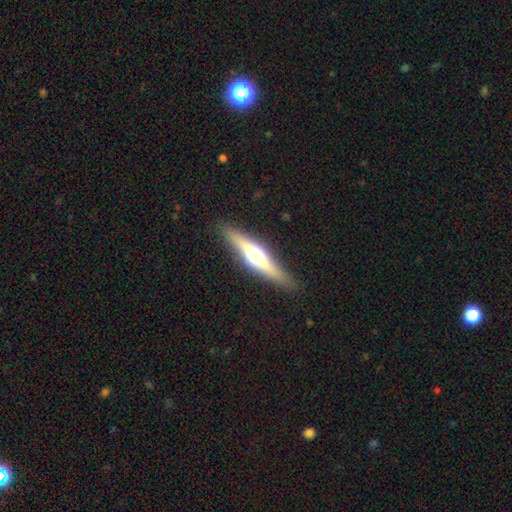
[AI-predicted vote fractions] This is likely a featured or disk galaxy (61%). It is clearly viewed edge-on (93%). Edge-on bulge: clearly rounded (93%). Merging: clearly none (89%).